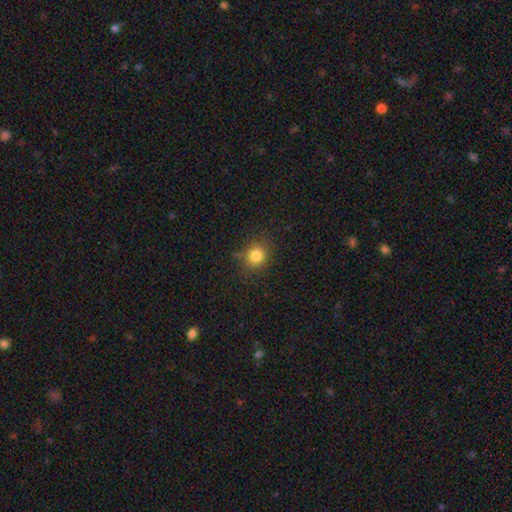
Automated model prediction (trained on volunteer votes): This appears to be a smooth galaxy with no disk features (82%) that is round (84%). Merging: none (83%).